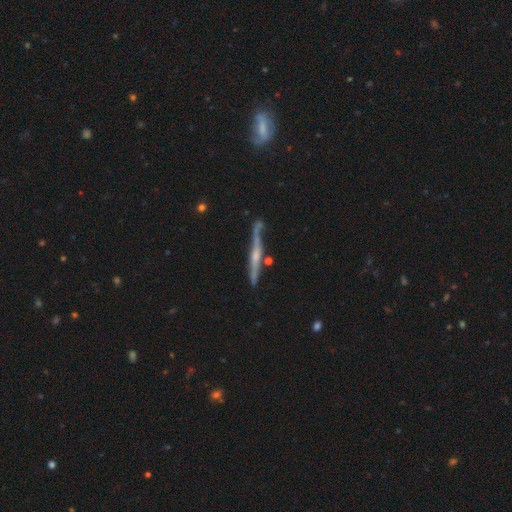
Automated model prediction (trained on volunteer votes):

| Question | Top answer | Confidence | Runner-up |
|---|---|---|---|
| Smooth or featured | featured or disk | 76% | smooth (18%) |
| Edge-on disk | yes | 96% | no (4%) |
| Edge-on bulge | rounded | 62% | none (26%) |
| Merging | none | 75% | minor disturbance (16%) |